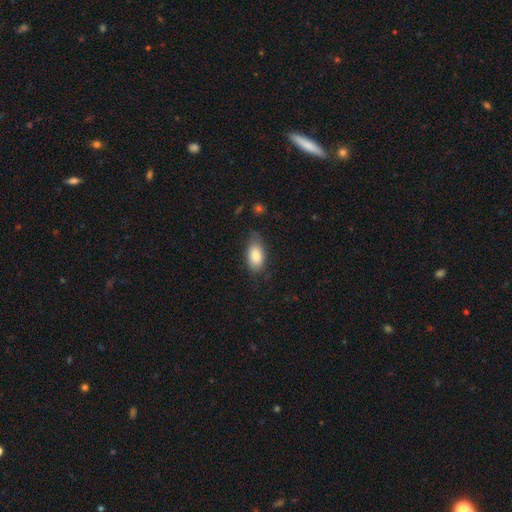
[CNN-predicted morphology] A smooth galaxy with no disk features (82%) that is in between round and cigar-shaped (92%).

Vote fractions:
- Smooth or featured? smooth: 82% / featured or disk: 11% / star or artifact: 7%
- How rounded? in between: 92% / round: 5% / cigar-shaped: 4%
- Merging? none: 63% / minor disturbance: 28% / major disturbance: 7% / merger: 2%